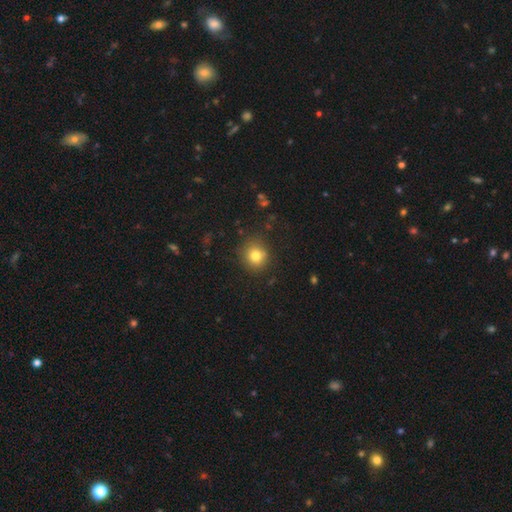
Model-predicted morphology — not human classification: Q: Smooth or featured?
A: smooth (79%); runner-up: star or artifact (13%)
Q: How rounded?
A: round (87%); runner-up: in between (12%)
Q: Merging?
A: none (85%); runner-up: minor disturbance (10%)